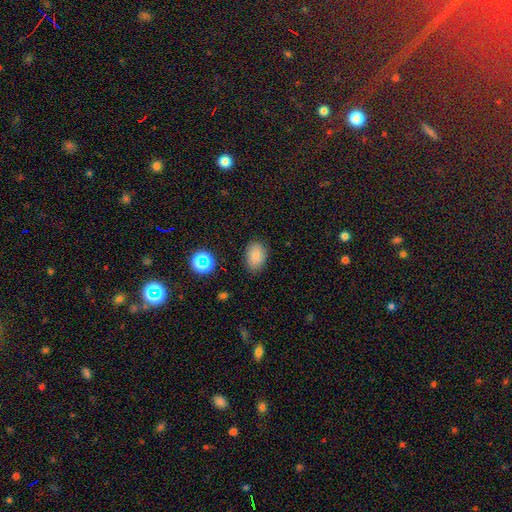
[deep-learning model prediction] This appears to be a smooth galaxy with no disk features (79%) that is in between round and cigar-shaped (79%). Merging: none (82%).